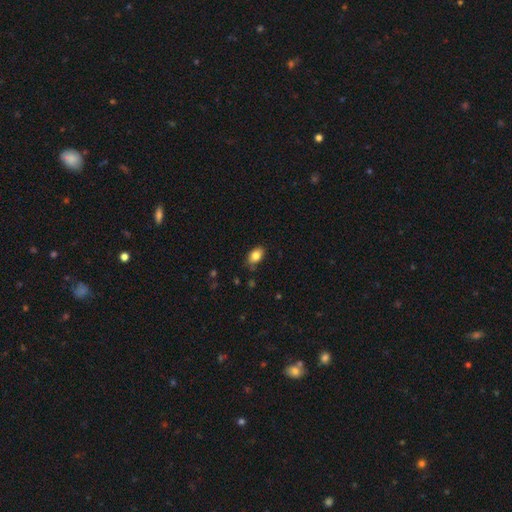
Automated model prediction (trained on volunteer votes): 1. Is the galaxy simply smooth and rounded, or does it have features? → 84% smooth, 9% star or artifact, 7% featured or disk.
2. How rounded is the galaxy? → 84% in between, 14% round, 2% cigar-shaped.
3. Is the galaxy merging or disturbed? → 79% none, 17% minor disturbance, 3% major disturbance, 2% merger.